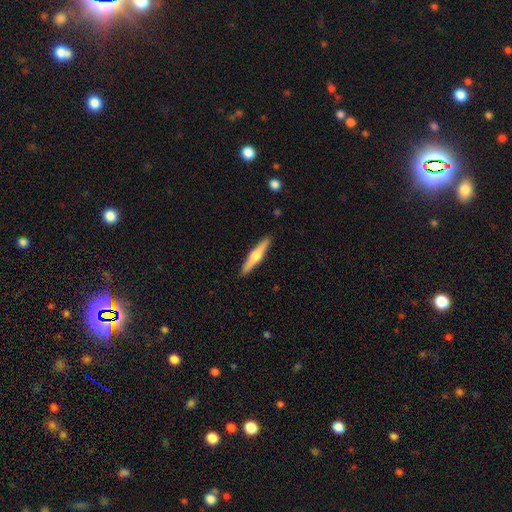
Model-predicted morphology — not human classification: featured or disk 57%, smooth 38%, star or artifact 5%. Down the decision tree: edge-on disk — yes (97%); edge-on bulge — rounded (88%); merging — none (91%).